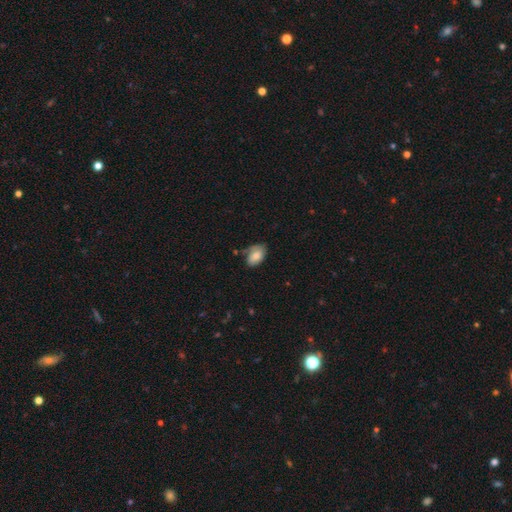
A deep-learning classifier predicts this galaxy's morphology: smooth_or_featured: smooth (p=0.74) [alt: featured or disk p=0.19]
how_rounded: in between (p=0.90) [alt: round p=0.09]
merging: none (p=0.52) [alt: minor disturbance p=0.31]